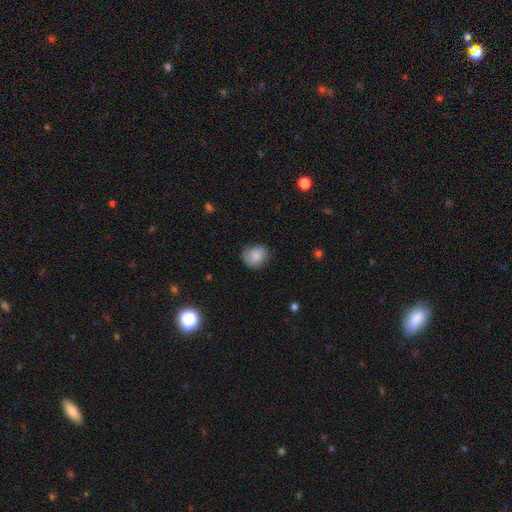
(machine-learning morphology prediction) A smooth galaxy with no disk features (75%) that is round (69%). Merging: none (67%).